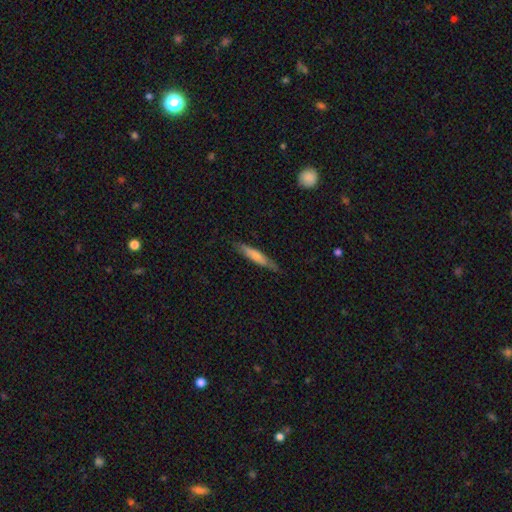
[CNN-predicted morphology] Overall: smooth (61%; featured or disk 33%). How rounded: cigar-shaped (89%). Merging: none (83%).